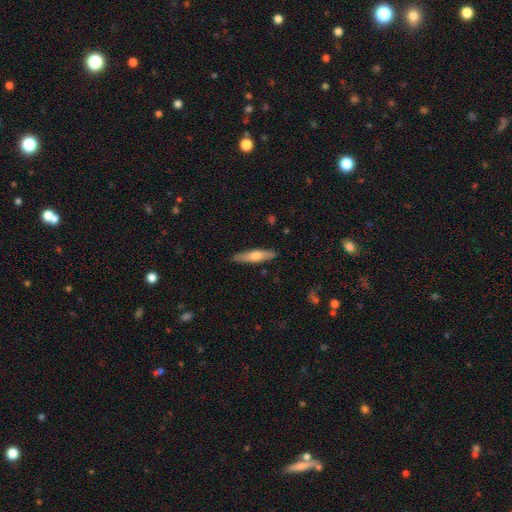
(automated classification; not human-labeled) smooth_or_featured: smooth (p=0.57) [alt: featured or disk p=0.37]
how_rounded: cigar-shaped (p=0.83) [alt: in between p=0.16]
merging: none (p=0.87) [alt: minor disturbance p=0.10]